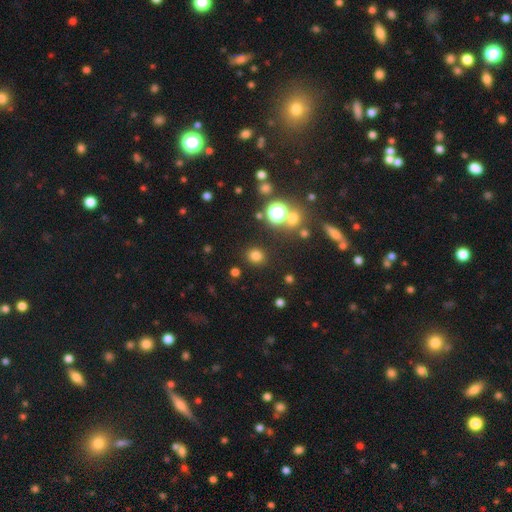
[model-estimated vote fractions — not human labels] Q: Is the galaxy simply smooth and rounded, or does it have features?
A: smooth — 75%.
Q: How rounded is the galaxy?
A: round — 82%.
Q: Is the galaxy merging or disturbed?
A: none — 88%.